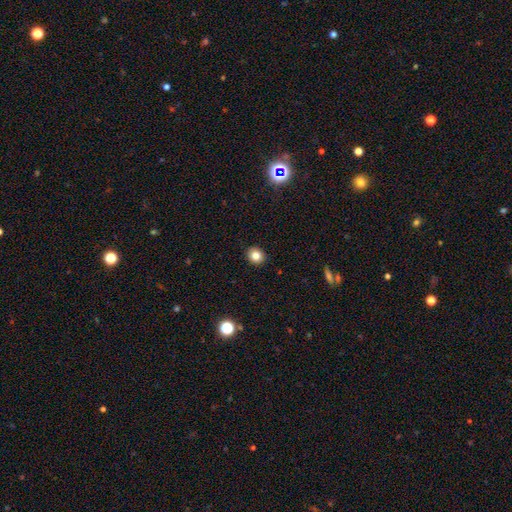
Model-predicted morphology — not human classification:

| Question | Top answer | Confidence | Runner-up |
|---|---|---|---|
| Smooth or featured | smooth | 81% | star or artifact (12%) |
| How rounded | round | 80% | in between (19%) |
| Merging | none | 92% | minor disturbance (6%) |